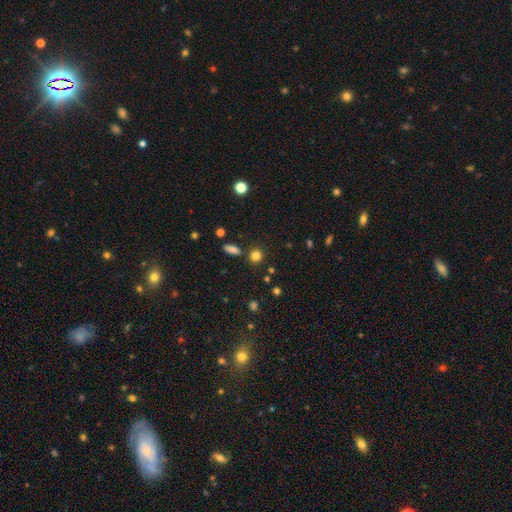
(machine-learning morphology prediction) Q: Smooth or featured?
A: smooth (81%); runner-up: star or artifact (13%)
Q: How rounded?
A: round (83%); runner-up: in between (16%)
Q: Merging?
A: none (80%); runner-up: minor disturbance (9%)